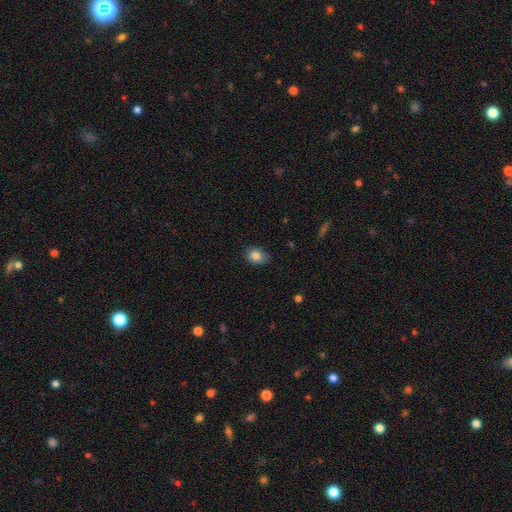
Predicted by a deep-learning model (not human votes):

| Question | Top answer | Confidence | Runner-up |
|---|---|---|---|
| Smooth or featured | smooth | 84% | star or artifact (9%) |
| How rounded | in between | 66% | round (33%) |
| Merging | none | 82% | minor disturbance (15%) |